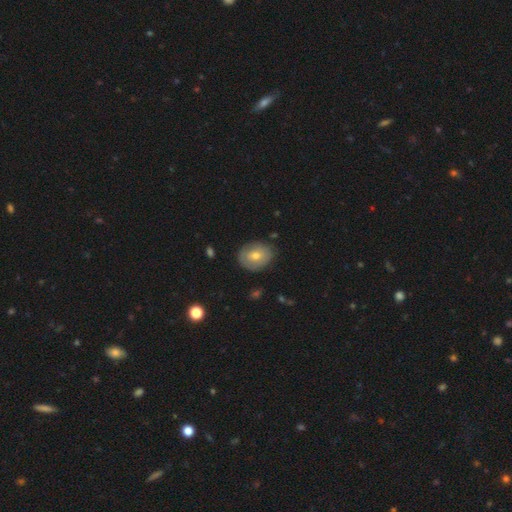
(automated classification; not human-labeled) Q: Smooth or featured?
A: smooth (61%); runner-up: featured or disk (31%)
Q: How rounded?
A: in between (59%); runner-up: round (40%)
Q: Merging?
A: none (82%); runner-up: minor disturbance (14%)